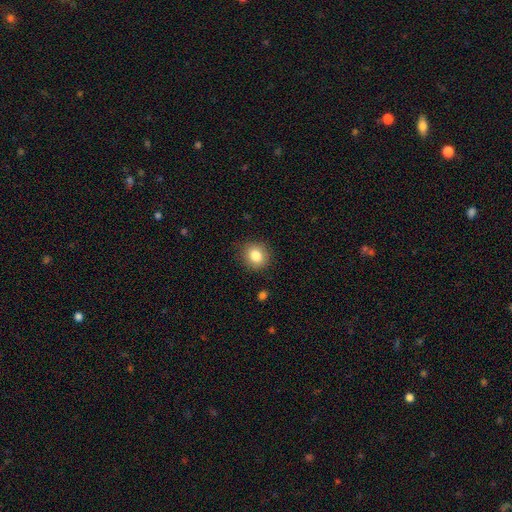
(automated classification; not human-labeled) Smooth or featured? smooth (83%)
How rounded? round (76%)
Merging? none (86%)